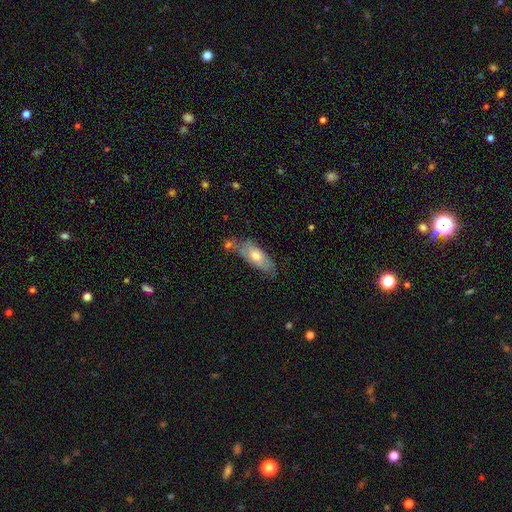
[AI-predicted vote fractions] Smooth or featured? Predicted: smooth (p=0.63). How rounded? Predicted: in between (p=0.71). Merging? Predicted: none (p=0.57).